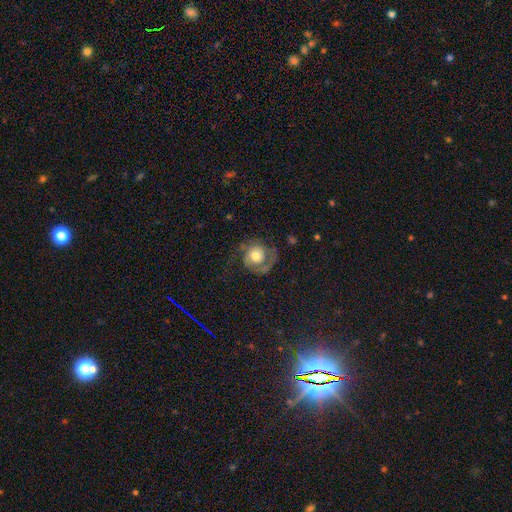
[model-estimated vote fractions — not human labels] Smooth or featured?
  - featured or disk: 68% *
  - smooth: 25%
  - star or artifact: 7%
Edge-on disk?
  - no: 98% *
  - yes: 2%
Bar?
  - no: 78% *
  - weak: 18%
  - strong: 4%
Spiral arms?
  - yes: 88% *
  - no: 12%
Spiral winding?
  - medium: 41% *
  - tight: 37%
  - loose: 22%
Spiral arm count?
  - 2: 63% *
  - 1: 25%
  - can't tell: 7%
  - 3: 2%
  - 4: 1%
  - more than 4: 1%
Bulge size?
  - moderate: 62% *
  - large: 24%
  - small: 10%
  - dominant: 2%
  - none: 1%
Merging?
  - none: 59% *
  - major disturbance: 21%
  - minor disturbance: 19%
  - merger: 2%